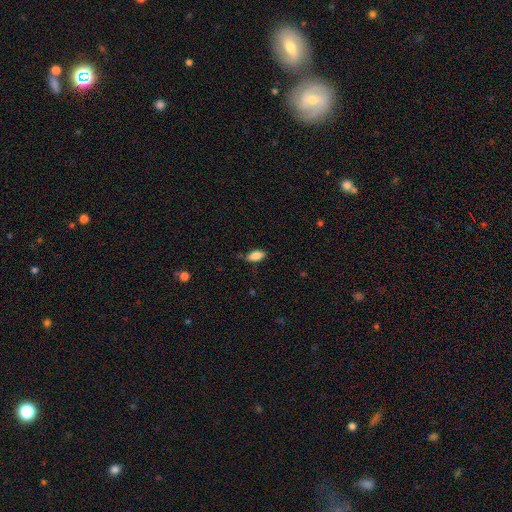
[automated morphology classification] Overall: smooth (84%). How rounded: in between (87%). Merging: none (72%).